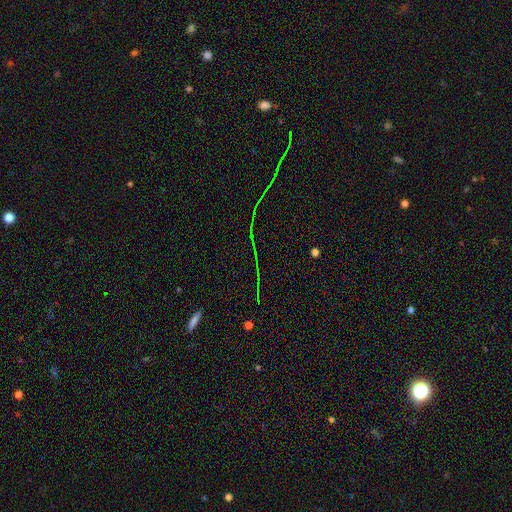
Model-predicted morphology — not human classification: Smooth or featured?
  - star or artifact: 78% *
  - featured or disk: 11%
  - smooth: 11%